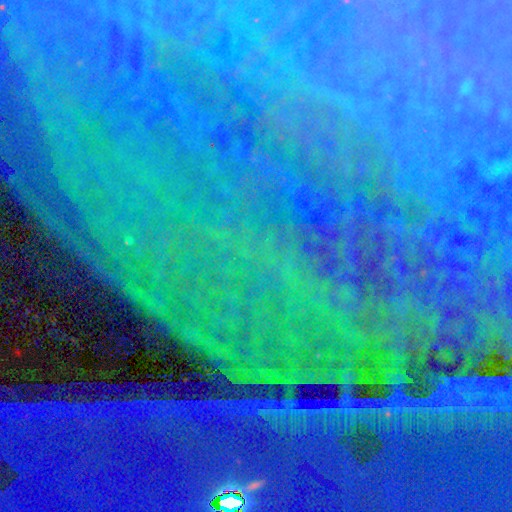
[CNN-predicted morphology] star or artifact 87%, featured or disk 7%, smooth 6%.